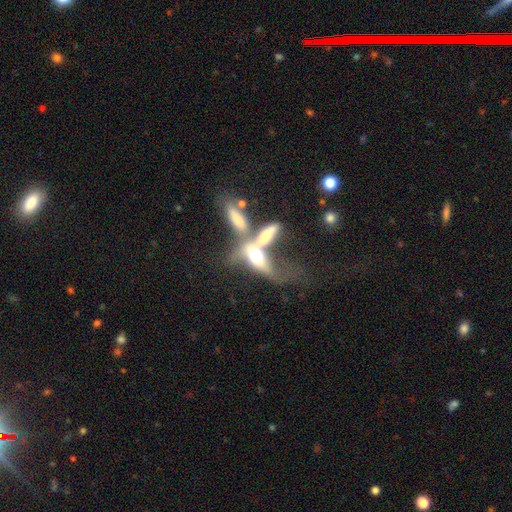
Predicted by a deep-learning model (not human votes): smooth-or-featured: smooth: 47% | featured or disk: 44% | star or artifact: 9%
  merging: merger: 69% | major disturbance: 14% | none: 11% | minor disturbance: 6%